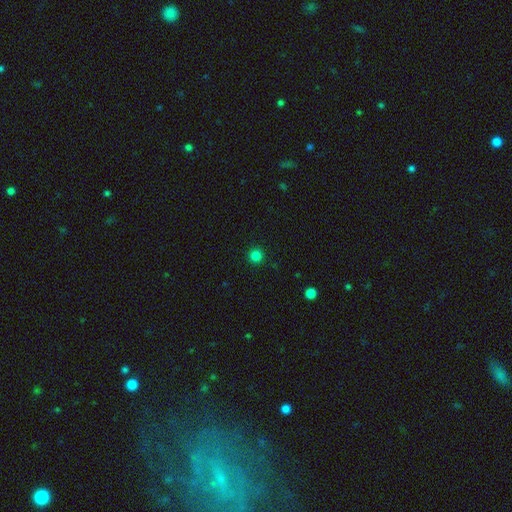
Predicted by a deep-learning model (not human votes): smooth_or_featured: smooth (p=0.83) [alt: star or artifact p=0.14]
how_rounded: round (p=0.95) [alt: in between p=0.04]
merging: none (p=0.93) [alt: minor disturbance p=0.05]